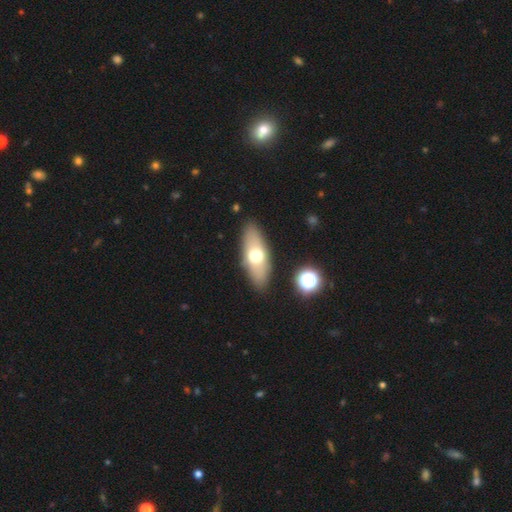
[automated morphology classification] Smooth or featured? smooth (61%)
How rounded? in between (69%)
Merging? none (87%)